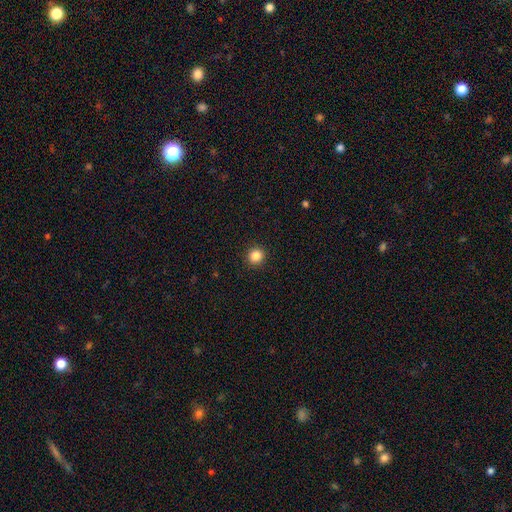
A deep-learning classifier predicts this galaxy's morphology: Smooth or featured?
  - smooth: 85% *
  - star or artifact: 11%
  - featured or disk: 4%
How rounded?
  - round: 92% *
  - in between: 8%
  - cigar-shaped: 1%
Merging?
  - none: 93% *
  - minor disturbance: 5%
  - major disturbance: 2%
  - merger: 1%